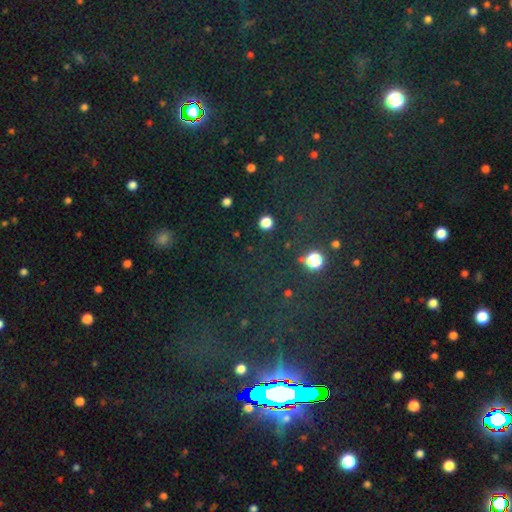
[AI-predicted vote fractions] Smooth or featured: star or artifact — 75% (smooth — 16%)